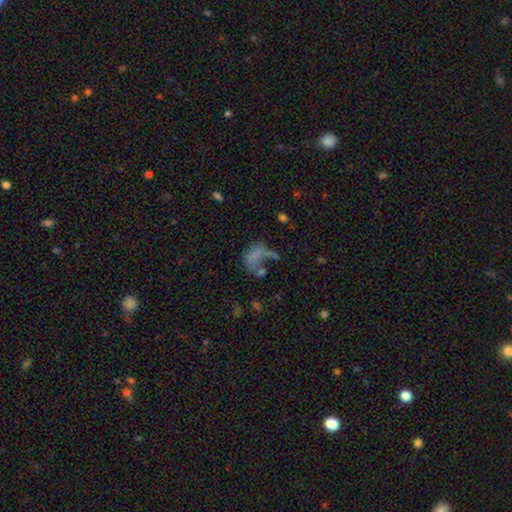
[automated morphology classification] smooth-or-featured: smooth: 53% | featured or disk: 28% | star or artifact: 19%
  how-rounded: in between: 77% | round: 20% | cigar-shaped: 4%
  merging: major disturbance: 41% | none: 24% | merger: 20% | minor disturbance: 15%